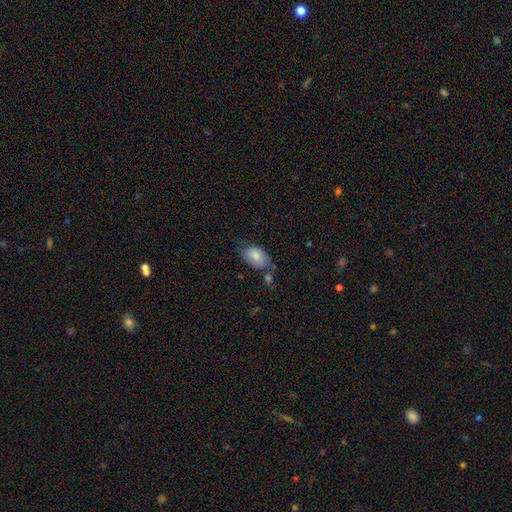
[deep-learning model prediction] Smooth or featured: smooth — 80% (featured or disk — 14%)
How rounded: in between — 91% (round — 7%)
Merging: none — 50% (minor disturbance — 28%)